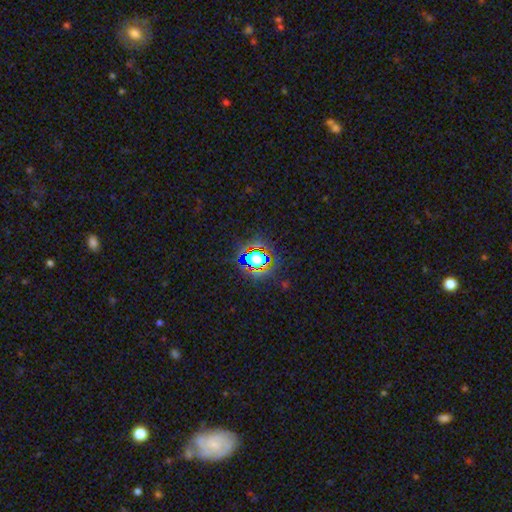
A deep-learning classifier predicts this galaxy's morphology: A star or artifact, not a galaxy (59%).